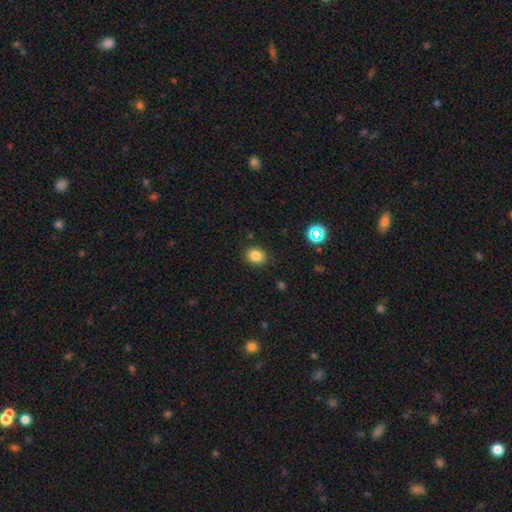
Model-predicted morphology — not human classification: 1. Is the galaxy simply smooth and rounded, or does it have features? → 83% smooth, 12% star or artifact, 5% featured or disk.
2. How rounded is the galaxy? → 58% round, 42% in between, 1% cigar-shaped.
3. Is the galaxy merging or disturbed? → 88% none, 9% minor disturbance, 2% major disturbance, 1% merger.